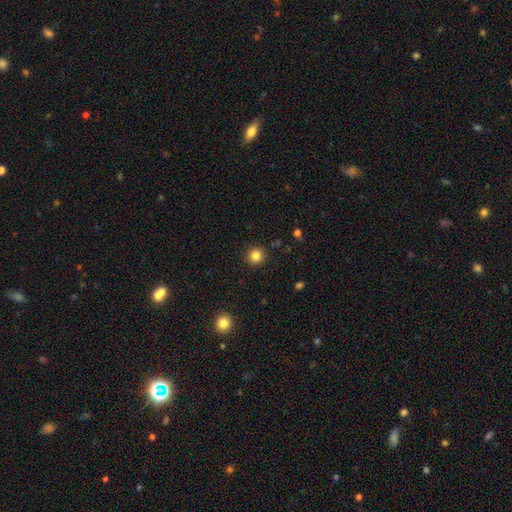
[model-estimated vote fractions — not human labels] Smooth or featured?
  - smooth: 83% *
  - star or artifact: 12%
  - featured or disk: 5%
How rounded?
  - round: 95% *
  - in between: 4%
  - cigar-shaped: 1%
Merging?
  - none: 92% *
  - minor disturbance: 5%
  - major disturbance: 2%
  - merger: 1%